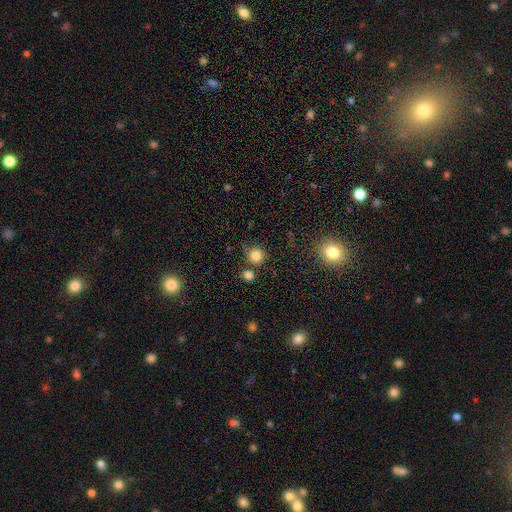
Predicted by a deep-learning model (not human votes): smooth-or-featured: smooth: 81% | star or artifact: 13% | featured or disk: 6%
  how-rounded: round: 92% | in between: 7% | cigar-shaped: 1%
  merging: none: 70% | minor disturbance: 13% | merger: 13% | major disturbance: 5%